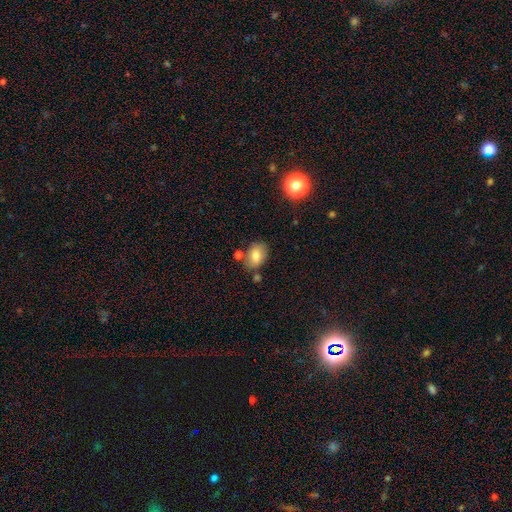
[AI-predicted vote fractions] Smooth or featured?
  - smooth: 78% *
  - featured or disk: 13%
  - star or artifact: 9%
How rounded?
  - in between: 78% *
  - round: 20%
  - cigar-shaped: 1%
Merging?
  - none: 69% *
  - minor disturbance: 16%
  - merger: 10%
  - major disturbance: 4%